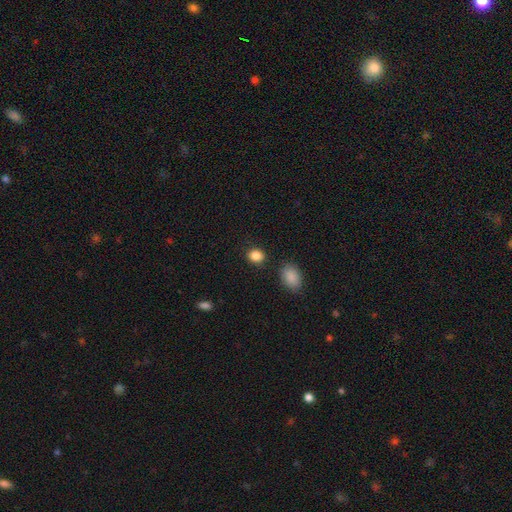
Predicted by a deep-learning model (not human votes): This appears to be a smooth galaxy with no disk features (87%) that is round (59%). Merging: none (85%).